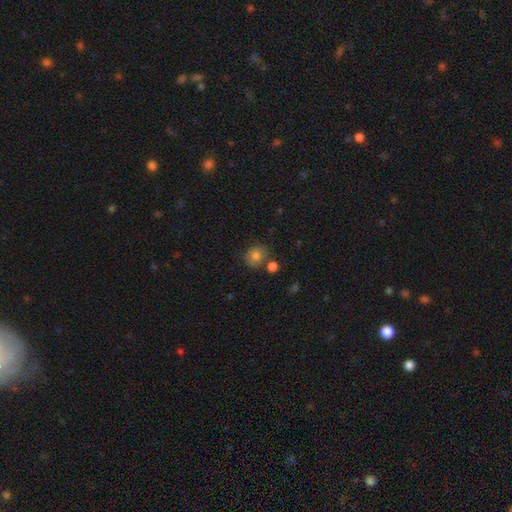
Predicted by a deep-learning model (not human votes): A smooth galaxy with no disk features (82%) that is round (82%).

Vote fractions:
- Smooth or featured? smooth: 82% / star or artifact: 10% / featured or disk: 8%
- How rounded? round: 82% / in between: 17% / cigar-shaped: 1%
- Merging? none: 69% / minor disturbance: 14% / merger: 13% / major disturbance: 4%